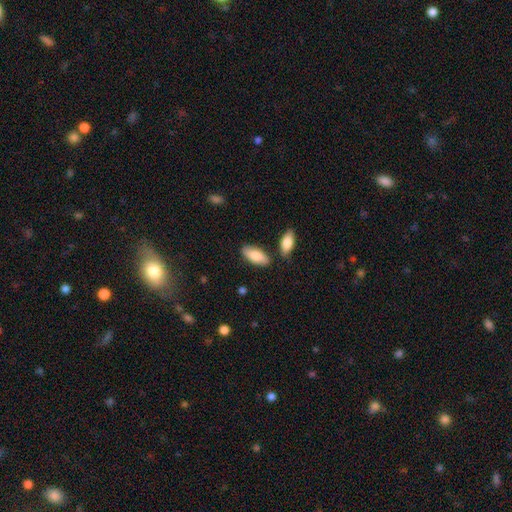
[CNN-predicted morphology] A smooth galaxy with no disk features (83%) that is in between round and cigar-shaped (85%). Merging: none (80%).